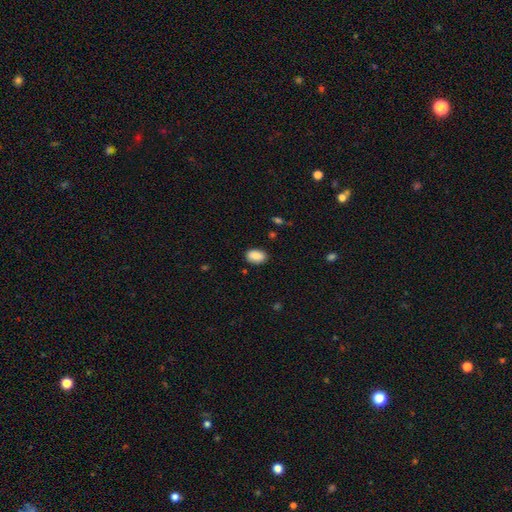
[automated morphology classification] Smooth or featured? smooth (89%)
How rounded? in between (89%)
Merging? none (84%)